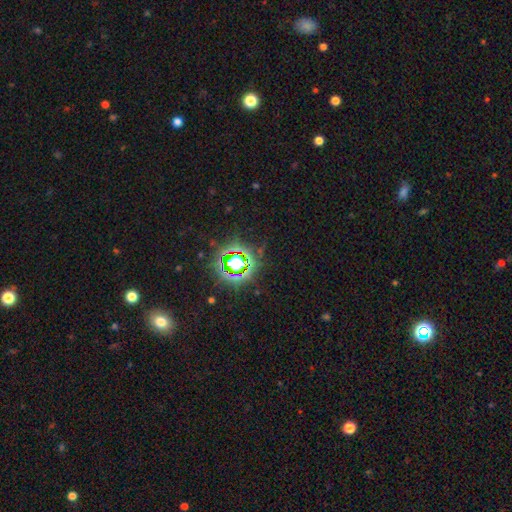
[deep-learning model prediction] smooth_or_featured: star or artifact (p=0.81) [alt: smooth p=0.12]